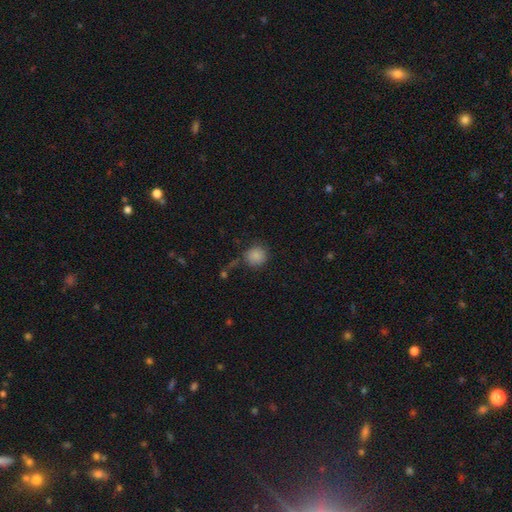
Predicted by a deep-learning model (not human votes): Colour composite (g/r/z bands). It shows a smooth galaxy with no disk features (84%) that is round (90%). Merging: none (76%).